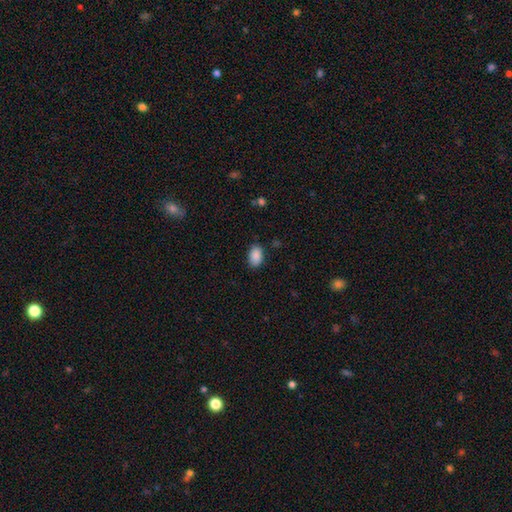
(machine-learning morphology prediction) Q: Smooth or featured?
A: smooth (89%); runner-up: star or artifact (8%)
Q: How rounded?
A: in between (89%); runner-up: round (9%)
Q: Merging?
A: none (83%); runner-up: minor disturbance (13%)